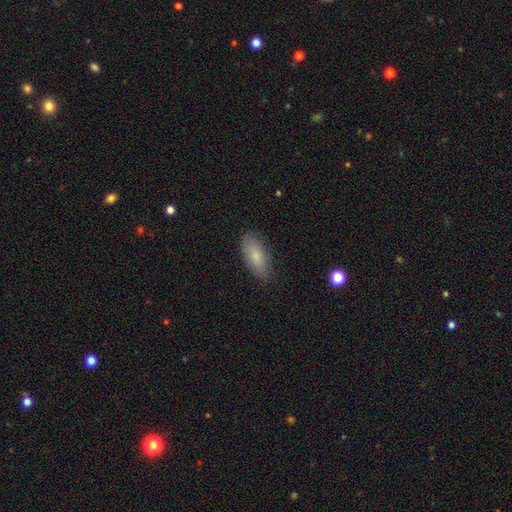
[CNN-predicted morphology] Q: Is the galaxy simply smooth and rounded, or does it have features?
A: smooth — 82%.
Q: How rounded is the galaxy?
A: in between — 85%.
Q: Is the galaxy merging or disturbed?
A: none — 83%.